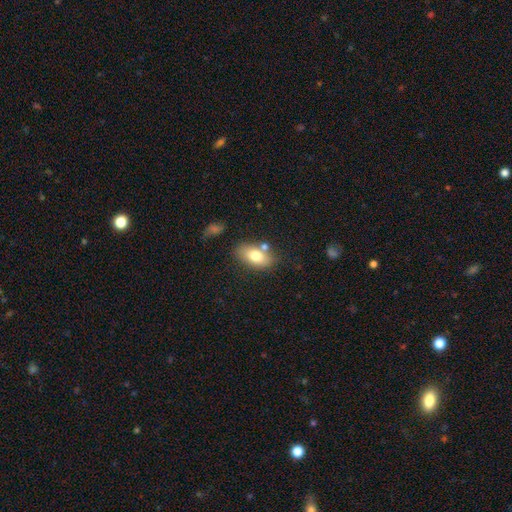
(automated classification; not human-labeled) Overall: smooth (76%). How rounded: in between (88%). Merging: none (69%).